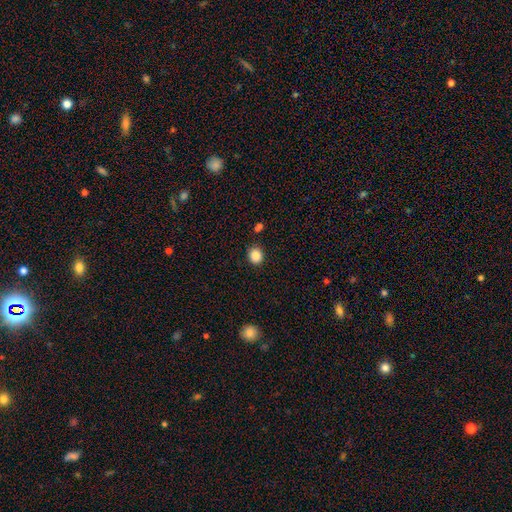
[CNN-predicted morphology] A smooth galaxy with no disk features (87%) that is round (72%). Merging: none (86%).